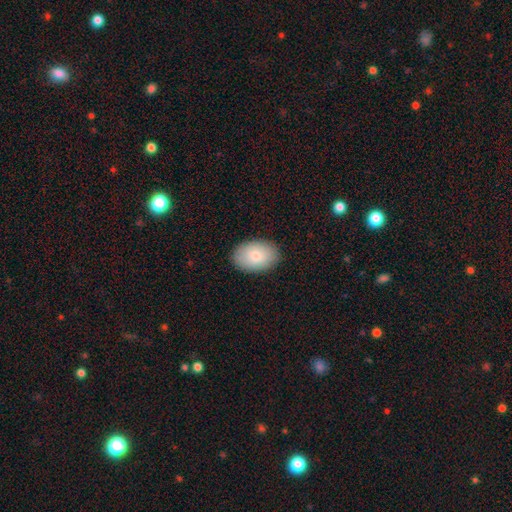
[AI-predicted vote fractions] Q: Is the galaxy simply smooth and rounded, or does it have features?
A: smooth — 83%.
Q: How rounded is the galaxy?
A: in between — 87%.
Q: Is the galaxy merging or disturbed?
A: none — 88%.